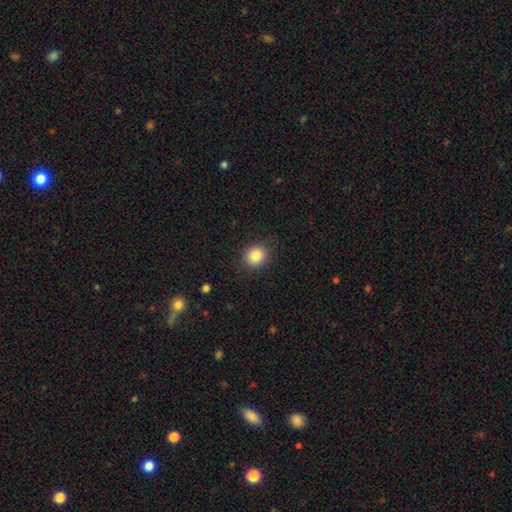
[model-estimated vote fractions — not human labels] This is clearly a smooth galaxy (86%). How rounded: likely round (76%). Merging: clearly none (87%).